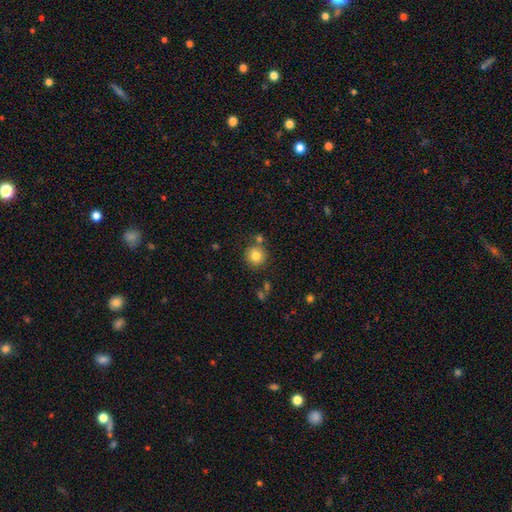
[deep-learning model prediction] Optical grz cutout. It shows a smooth galaxy with no disk features (80%) that is round (92%). Merging: none (75%).